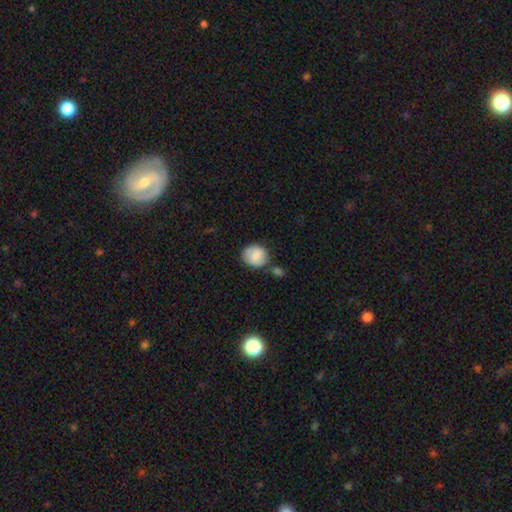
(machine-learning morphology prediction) Smooth or featured? Predicted: smooth (p=0.74). How rounded? Predicted: round (p=0.80). Merging? Predicted: none (p=0.65).